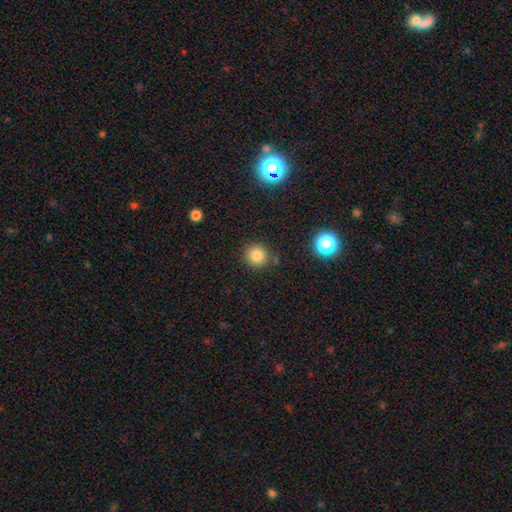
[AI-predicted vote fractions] Smooth or featured: smooth — 82% (star or artifact — 13%)
How rounded: round — 92% (in between — 7%)
Merging: none — 84% (minor disturbance — 9%)